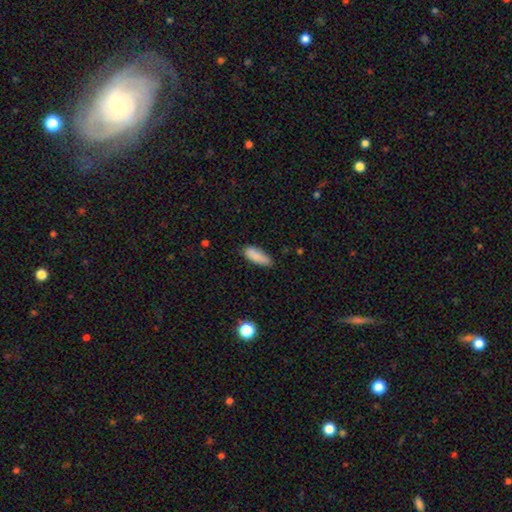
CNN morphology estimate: A smooth galaxy with no disk features (86%) that is in between round and cigar-shaped (69%). Merging: none (74%).